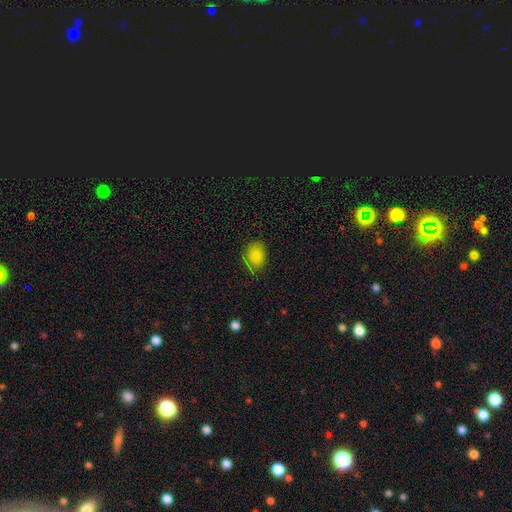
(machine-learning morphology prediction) smooth-or-featured: smooth: 82% | star or artifact: 10% | featured or disk: 8%
  how-rounded: in between: 63% | round: 35% | cigar-shaped: 1%
  merging: none: 71% | minor disturbance: 22% | major disturbance: 6% | merger: 1%